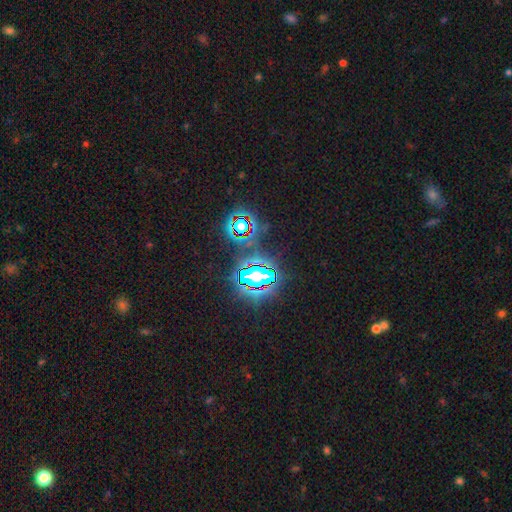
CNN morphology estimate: Smooth or featured?
  - star or artifact: 81% *
  - smooth: 12%
  - featured or disk: 7%